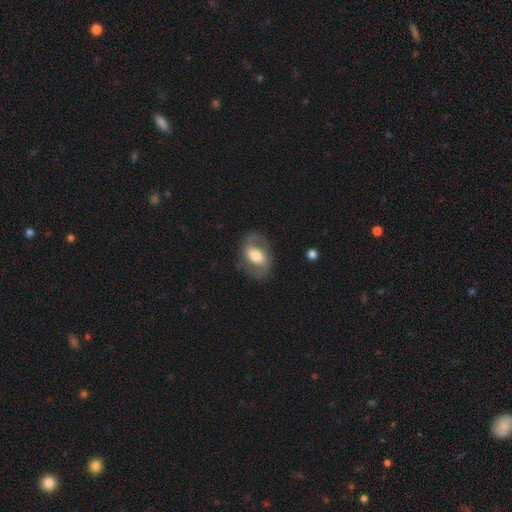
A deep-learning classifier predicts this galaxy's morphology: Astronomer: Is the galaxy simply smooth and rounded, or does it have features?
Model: featured or disk — 68%.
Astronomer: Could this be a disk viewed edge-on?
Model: no — 96%.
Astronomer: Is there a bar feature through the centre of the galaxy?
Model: weak — 39% (runner-up: no, 32%).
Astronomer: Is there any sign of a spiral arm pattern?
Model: yes — 81%.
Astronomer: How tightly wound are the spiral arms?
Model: medium — 51% (runner-up: loose, 28%).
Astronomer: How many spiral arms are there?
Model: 2 — 89%.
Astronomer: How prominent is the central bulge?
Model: moderate — 47% (runner-up: large, 32%).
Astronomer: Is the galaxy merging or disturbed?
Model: none — 76%.